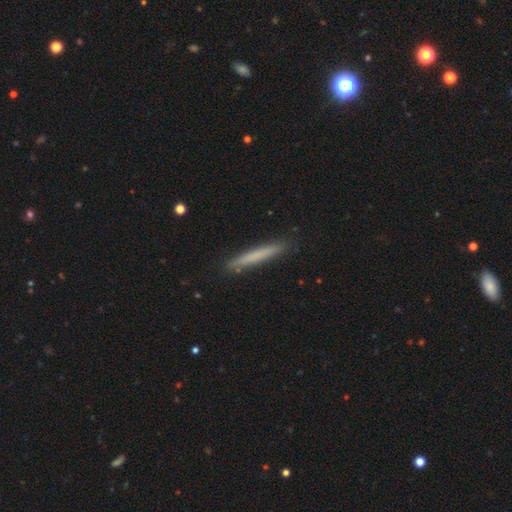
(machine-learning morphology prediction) Overall: smooth (66%; featured or disk 27%). How rounded: cigar-shaped (96%). Merging: none (89%).